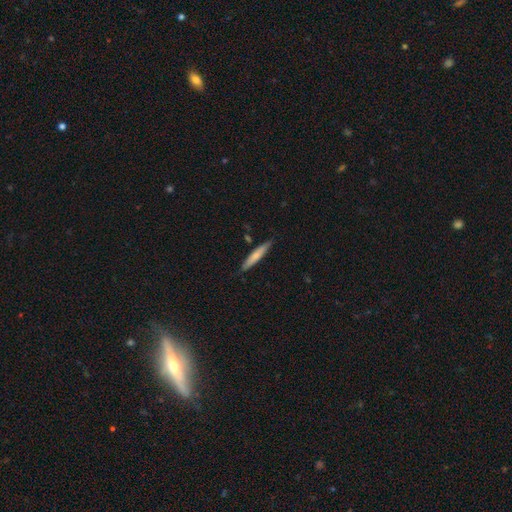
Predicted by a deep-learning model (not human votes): Morphology: type=smooth (70%); roundness=cigar-shaped (92%); merging=none (85%).